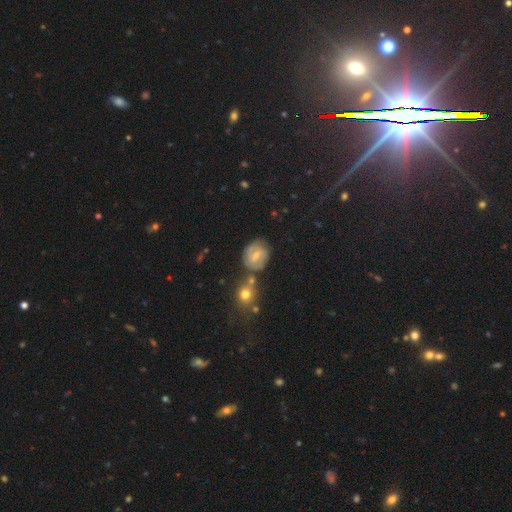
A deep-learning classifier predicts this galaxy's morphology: A featured or disk galaxy (56%) with a weak bar (58%), spiral arms (82%) and a small central bulge (52%).

Vote fractions:
- Smooth or featured? featured or disk: 56% / smooth: 35% / star or artifact: 8%
- Edge-on disk? no: 97% / yes: 3%
- Bar? weak: 58% / no: 21% / strong: 20%
- Spiral arms? yes: 82% / no: 18%
- Bulge size? small: 52% / moderate: 36% / none: 9% / large: 2% / dominant: 1%
- Merging? none: 64% / minor disturbance: 18% / merger: 12% / major disturbance: 6%